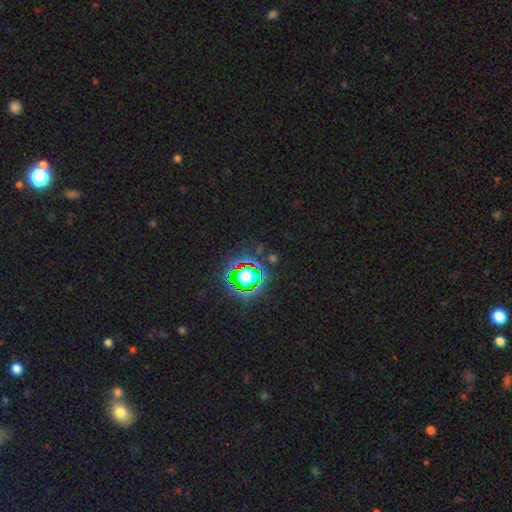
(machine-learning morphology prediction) Smooth or featured: star or artifact — 77% (smooth — 15%)